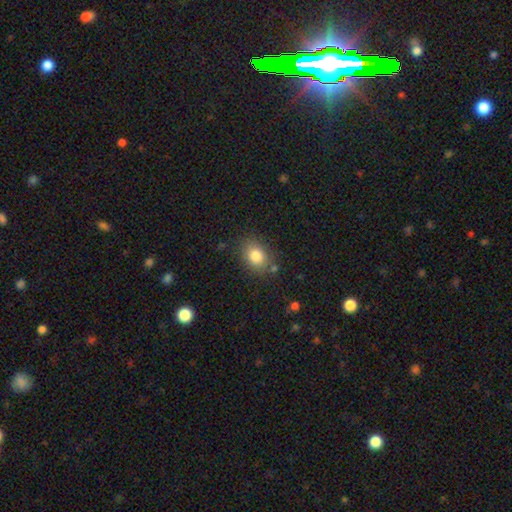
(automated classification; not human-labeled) Smooth or featured? smooth (82%)
How rounded? in between (59%)
Merging? none (80%)